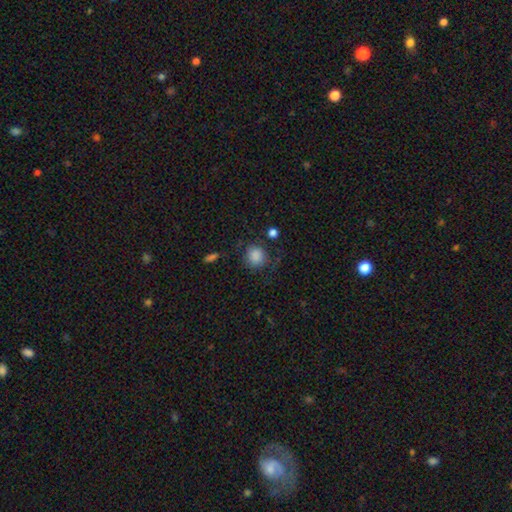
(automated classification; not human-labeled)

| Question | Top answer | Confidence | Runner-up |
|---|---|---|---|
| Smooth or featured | smooth | 85% | star or artifact (9%) |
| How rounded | round | 85% | in between (14%) |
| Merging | none | 72% | minor disturbance (16%) |